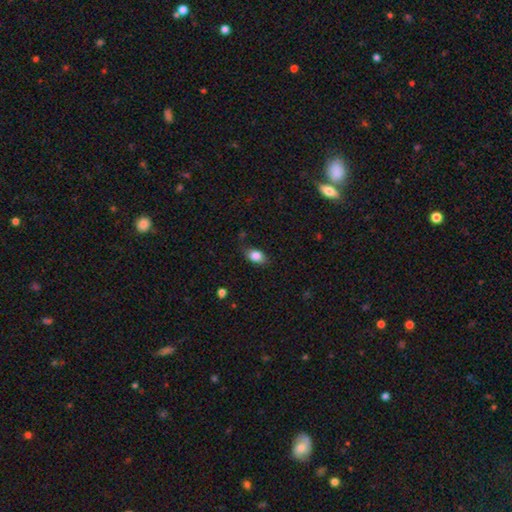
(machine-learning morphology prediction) Smooth or featured?
  - smooth: 84% *
  - star or artifact: 8%
  - featured or disk: 8%
How rounded?
  - in between: 86% *
  - round: 12%
  - cigar-shaped: 3%
Merging?
  - none: 79% *
  - minor disturbance: 16%
  - major disturbance: 3%
  - merger: 1%